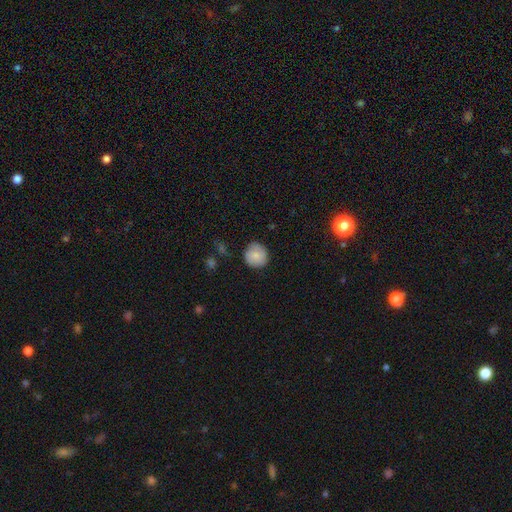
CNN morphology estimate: smooth-or-featured: smooth: 78% | featured or disk: 14% | star or artifact: 7%
  how-rounded: round: 91% | in between: 8% | cigar-shaped: 1%
  merging: none: 81% | minor disturbance: 14% | major disturbance: 3% | merger: 1%